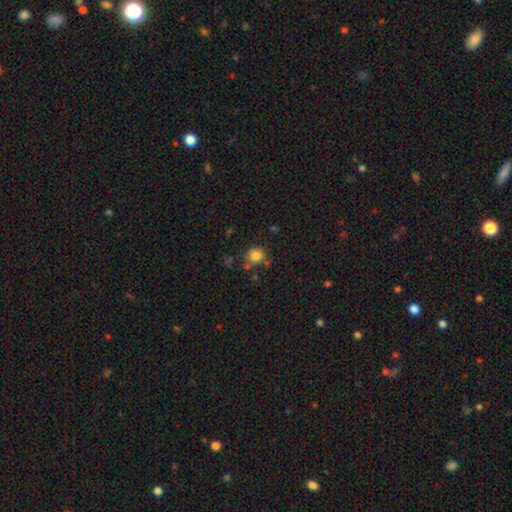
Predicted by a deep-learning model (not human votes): Smooth or featured? Predicted: smooth (p=0.82). How rounded? Predicted: round (p=0.83). Merging? Predicted: none (p=0.72).